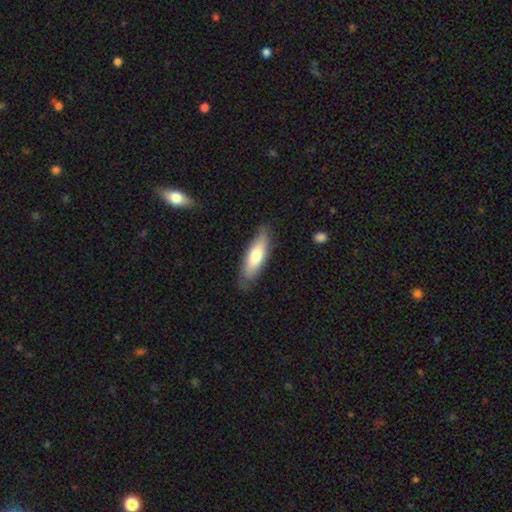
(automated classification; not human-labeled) Overall: smooth (69%). How rounded: in between (50%; cigar-shaped 48%). Merging: none (81%).